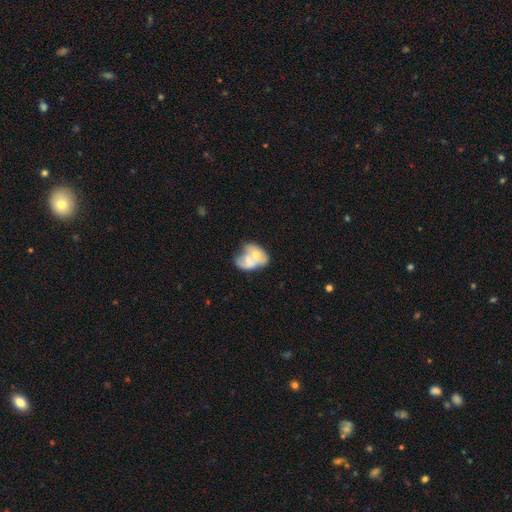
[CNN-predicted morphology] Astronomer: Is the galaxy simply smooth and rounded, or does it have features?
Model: smooth — 49% (runner-up: featured or disk, 44%).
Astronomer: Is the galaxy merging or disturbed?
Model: merger — 71%.